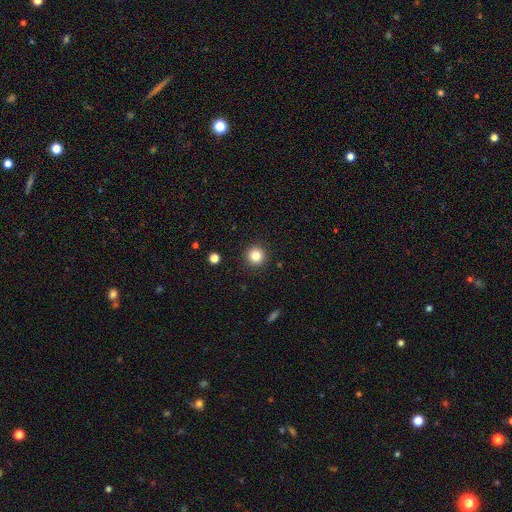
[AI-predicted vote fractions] The model was most divided on "smooth or featured": smooth: 83%, star or artifact: 11%, featured or disk: 6%. More confident: how rounded — round (95%); merging — none (92%).